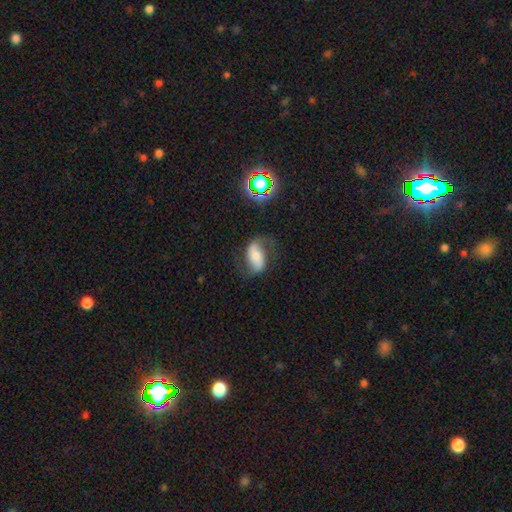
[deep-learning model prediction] Smooth or featured: featured or disk — 52% (smooth — 37%)
Edge-on disk: no — 94% (yes — 6%)
Merging: none — 59% (minor disturbance — 23%)